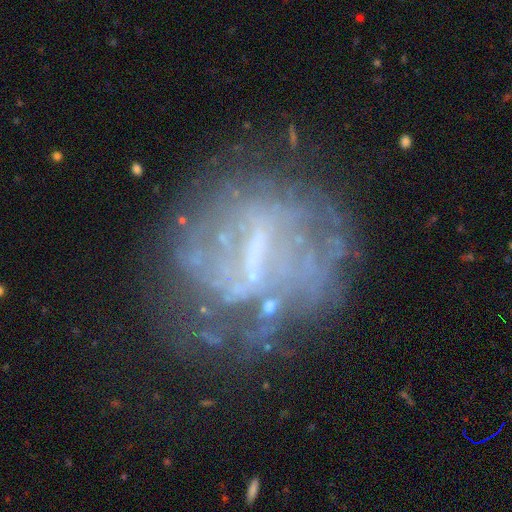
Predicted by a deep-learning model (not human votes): A featured or disk galaxy (74%) with a strong bar (41%), no spiral arms (52%) and no central bulge (42%).

Vote fractions:
- Smooth or featured? featured or disk: 74% / smooth: 14% / star or artifact: 12%
- Edge-on disk? no: 96% / yes: 4%
- Bar? strong: 41% / weak: 39% / no: 20%
- Spiral arms? no: 52% / yes: 48%
- Bulge size? none: 42% / small: 35% / moderate: 19% / large: 3% / dominant: 1%
- Merging? none: 58% / major disturbance: 19% / minor disturbance: 18% / merger: 4%